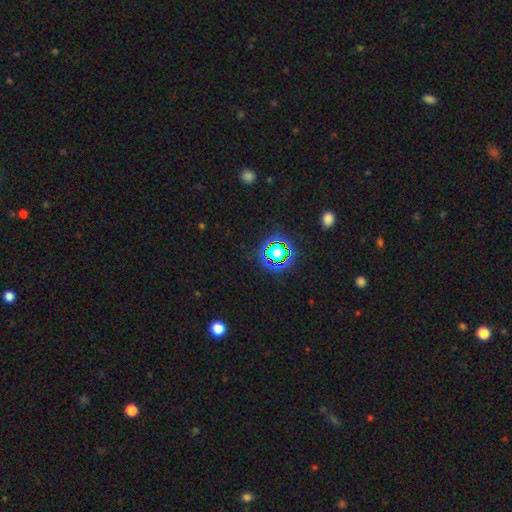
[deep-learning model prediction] Smooth or featured: star or artifact — 76% (smooth — 16%)